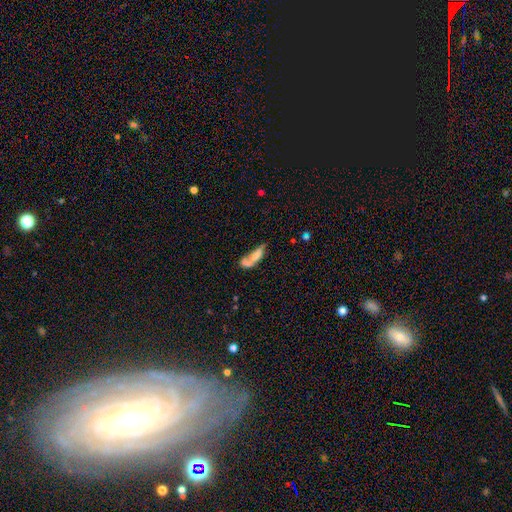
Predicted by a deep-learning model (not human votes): Smooth or featured? Predicted: smooth (p=0.58). How rounded? Predicted: in between (p=0.62). Merging? Predicted: merger (p=0.54).